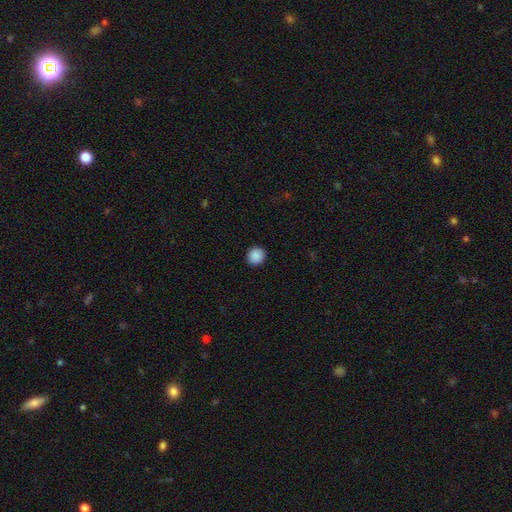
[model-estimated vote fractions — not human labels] This is clearly a smooth galaxy (89%). How rounded: clearly round (91%). Merging: clearly none (93%).